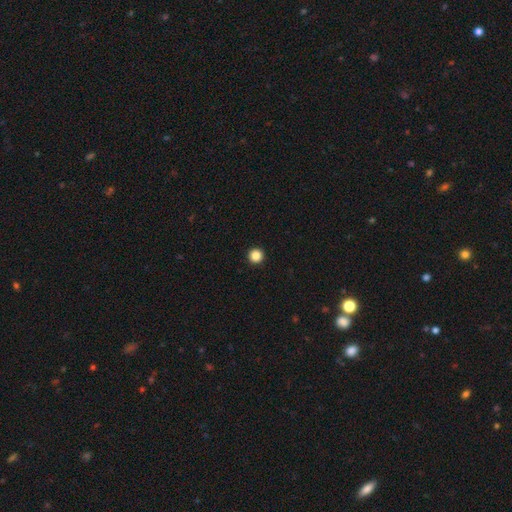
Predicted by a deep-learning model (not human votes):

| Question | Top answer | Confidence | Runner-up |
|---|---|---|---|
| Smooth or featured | smooth | 86% | star or artifact (11%) |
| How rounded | round | 97% | in between (2%) |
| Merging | none | 94% | minor disturbance (3%) |